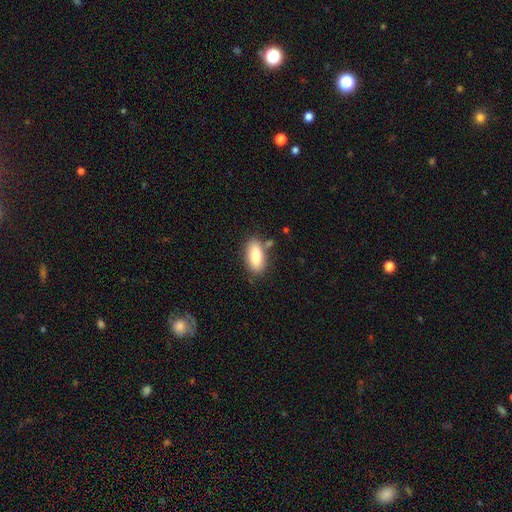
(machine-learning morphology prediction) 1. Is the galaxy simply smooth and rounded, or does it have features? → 83% smooth, 10% featured or disk, 7% star or artifact.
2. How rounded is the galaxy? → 88% in between, 9% cigar-shaped, 3% round.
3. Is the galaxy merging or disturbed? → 76% none, 14% minor disturbance, 7% merger, 3% major disturbance.